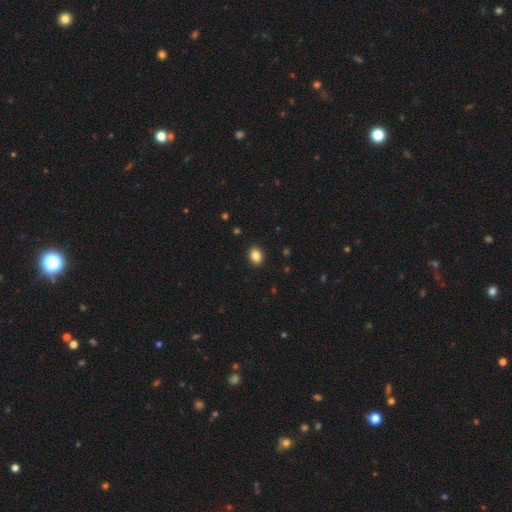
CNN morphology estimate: smooth_or_featured: smooth (p=0.86) [alt: star or artifact p=0.10]
how_rounded: in between (p=0.52) [alt: round p=0.47]
merging: none (p=0.91) [alt: minor disturbance p=0.06]